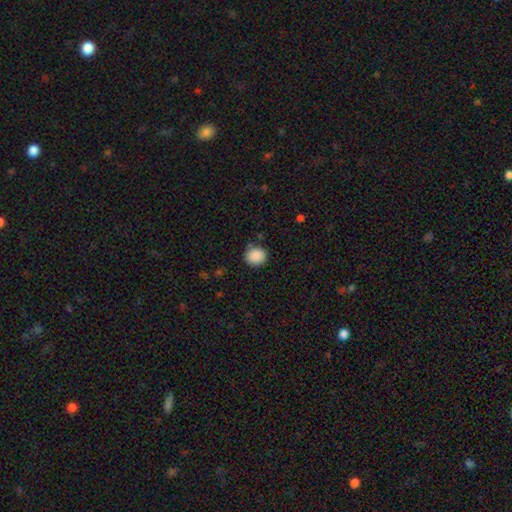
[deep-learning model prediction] The model was most divided on "how rounded": round: 78%, in between: 21%, cigar-shaped: 1%. More confident: smooth or featured — smooth (88%); merging — none (83%).